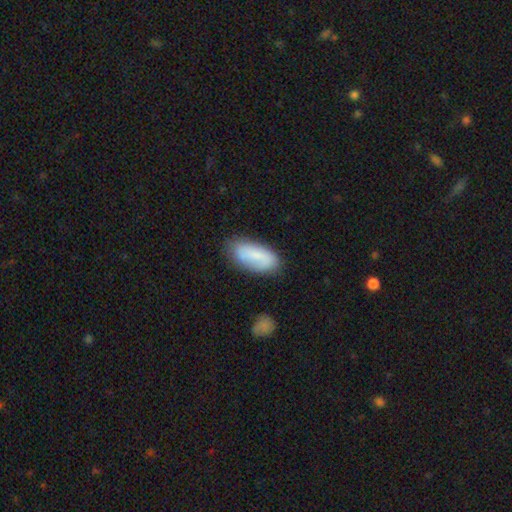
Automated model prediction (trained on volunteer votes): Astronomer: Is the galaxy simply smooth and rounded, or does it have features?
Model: smooth — 71%.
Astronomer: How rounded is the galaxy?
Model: in between — 88%.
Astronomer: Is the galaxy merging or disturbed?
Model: none — 74%.